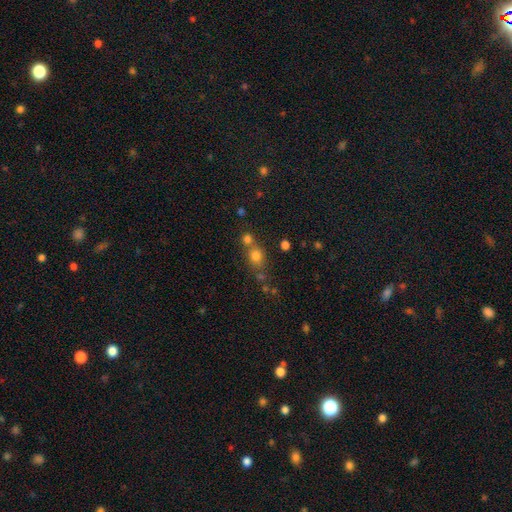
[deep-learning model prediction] Smooth or featured? Predicted: smooth (p=0.74). How rounded? Predicted: round (p=0.68). Merging? Predicted: none (p=0.50).